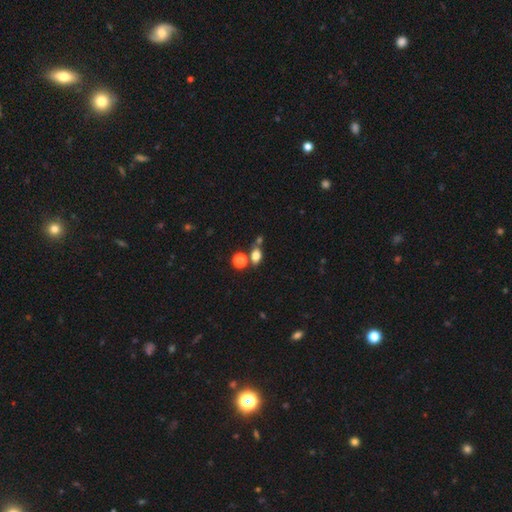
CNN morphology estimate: This appears to be a smooth galaxy with no disk features (78%) that is in between round and cigar-shaped (73%). Merging: none (60%).